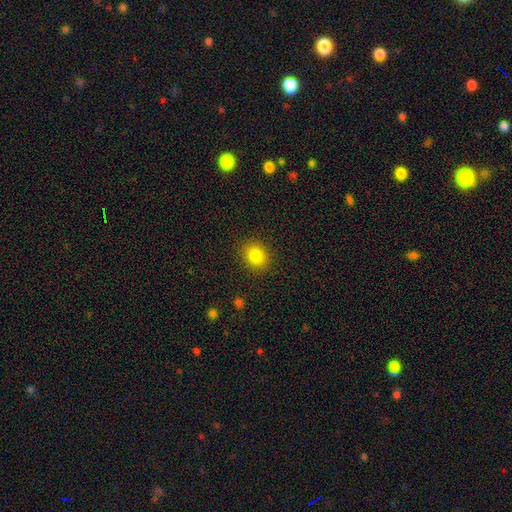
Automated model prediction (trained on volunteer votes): A smooth galaxy with no disk features (83%) that is round (67%). Merging: none (89%).